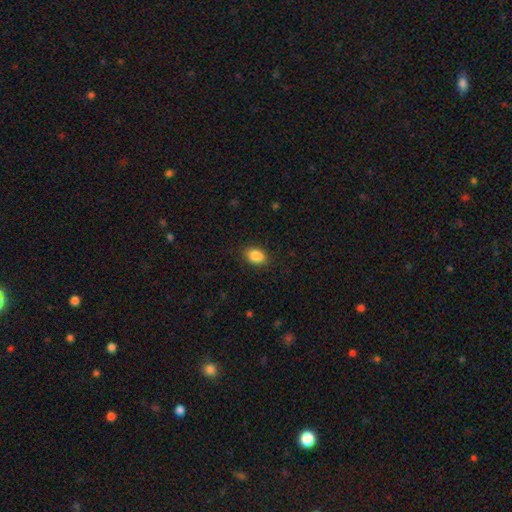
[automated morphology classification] This appears to be a smooth galaxy with no disk features (88%) that is in between round and cigar-shaped (79%). Merging: none (85%).